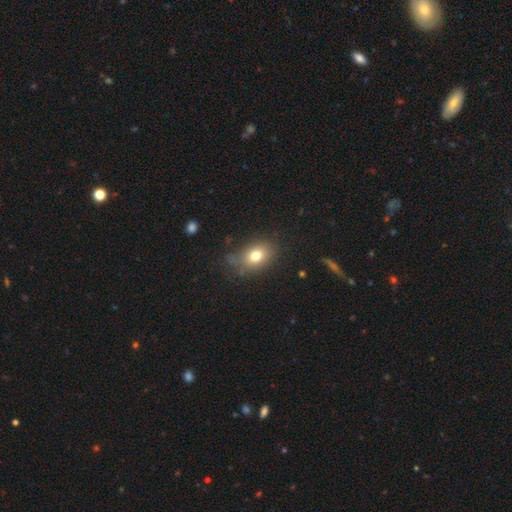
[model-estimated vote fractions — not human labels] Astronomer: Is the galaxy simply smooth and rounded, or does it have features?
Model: smooth — 76%.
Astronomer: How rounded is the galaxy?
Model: in between — 74%.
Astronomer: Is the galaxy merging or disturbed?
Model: none — 68%.